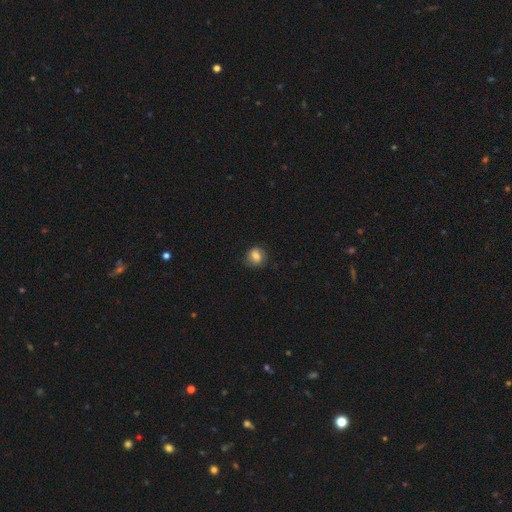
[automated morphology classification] This appears to be a smooth galaxy with no disk features (75%) that is round (61%). Merging: none (73%).